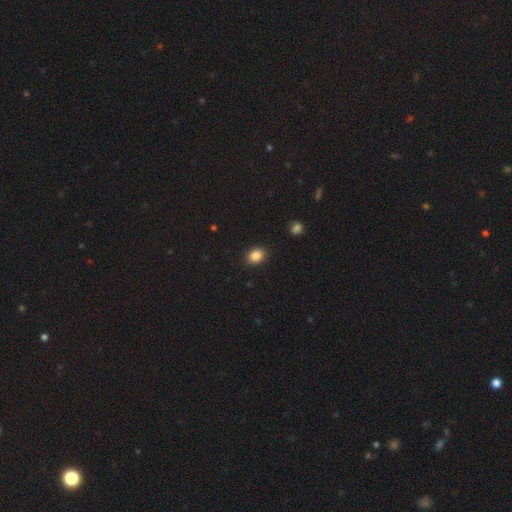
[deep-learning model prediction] A smooth galaxy with no disk features (86%) that is in between round and cigar-shaped (66%). Merging: none (89%).